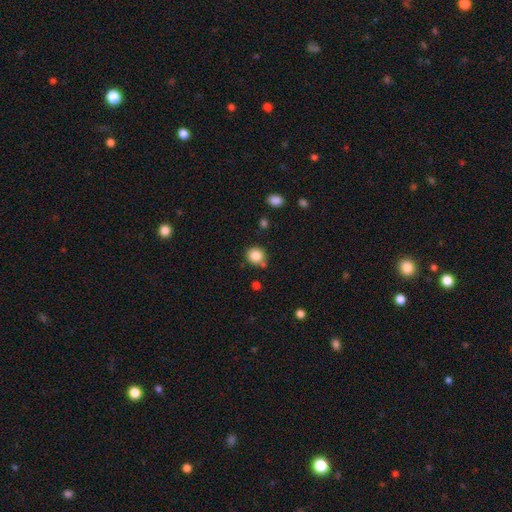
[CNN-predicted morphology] This appears to be a smooth galaxy with no disk features (84%) that is round (88%). Merging: none (75%).